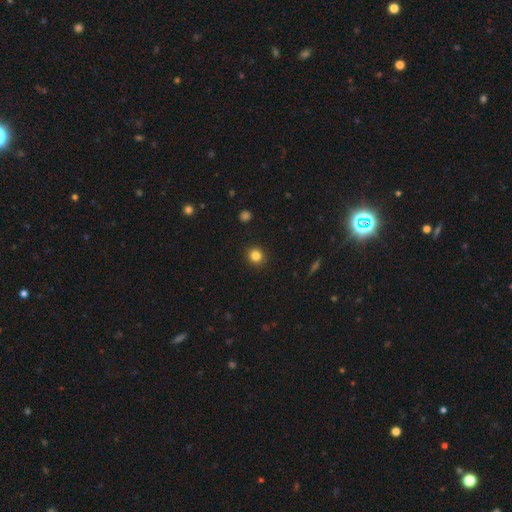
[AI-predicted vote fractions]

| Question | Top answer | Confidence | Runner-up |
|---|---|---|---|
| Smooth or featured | smooth | 83% | star or artifact (12%) |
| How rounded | round | 88% | in between (12%) |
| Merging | none | 91% | minor disturbance (6%) |